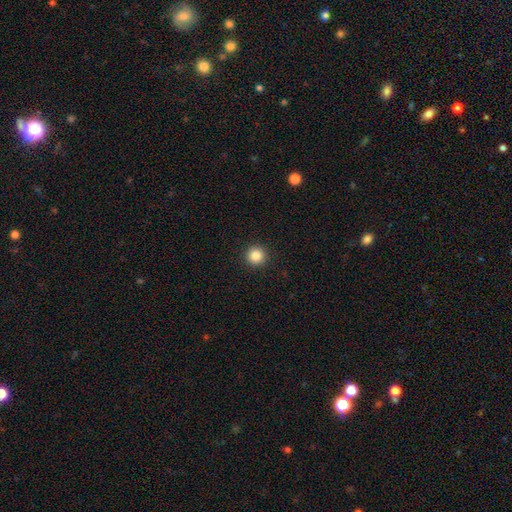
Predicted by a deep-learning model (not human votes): Smooth or featured? Predicted: smooth (p=0.85). How rounded? Predicted: round (p=0.96). Merging? Predicted: none (p=0.93).